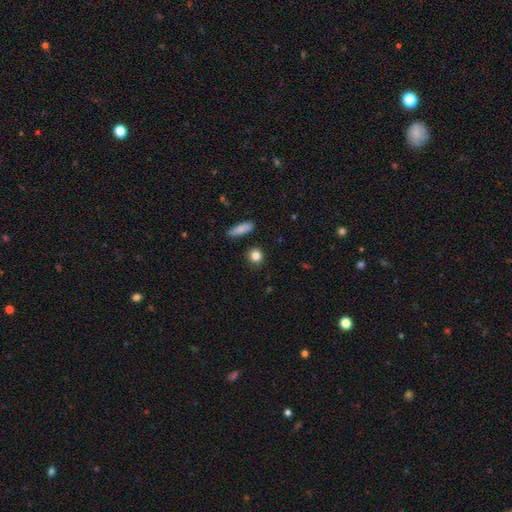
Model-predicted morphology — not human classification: A smooth galaxy with no disk features (85%) that is round (84%).

Vote fractions:
- Smooth or featured? smooth: 85% / star or artifact: 10% / featured or disk: 6%
- How rounded? round: 84% / in between: 14% / cigar-shaped: 3%
- Merging? none: 87% / minor disturbance: 8% / merger: 2% / major disturbance: 2%